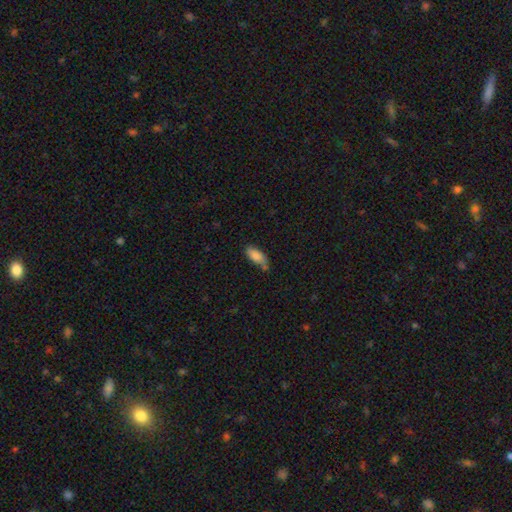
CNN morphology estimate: Smooth or featured? Predicted: smooth (p=0.82). How rounded? Predicted: in between (p=0.82). Merging? Predicted: none (p=0.54).